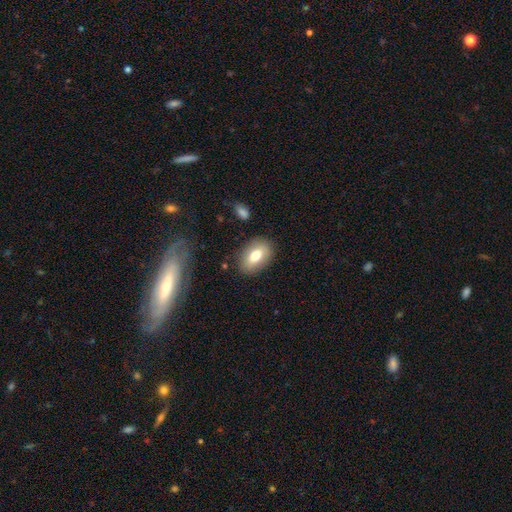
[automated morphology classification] This is likely a smooth galaxy (72%). How rounded: clearly in between (85%). Merging: clearly none (84%).